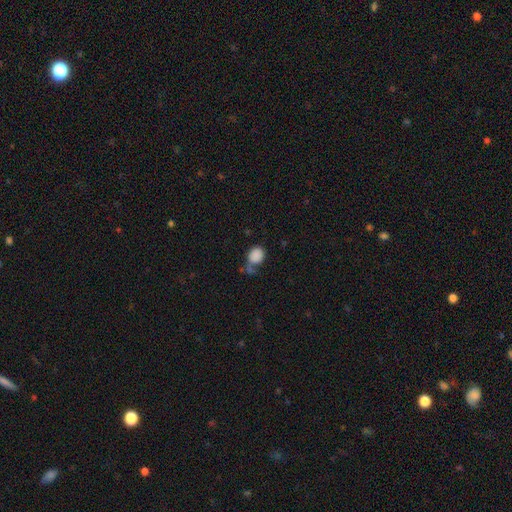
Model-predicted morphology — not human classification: smooth 86%, star or artifact 8%, featured or disk 6%. Down the decision tree: how rounded — round (63%); merging — none (48%).